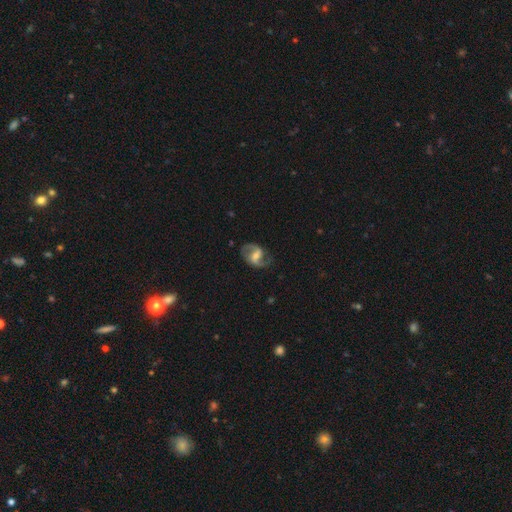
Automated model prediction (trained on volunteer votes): featured or disk 86%, smooth 9%, star or artifact 5%. Down the decision tree: edge-on disk — no (98%); bar — weak (53%); spiral arms — yes (96%); spiral arm count — 2 (92%); spiral winding — medium (49%); bulge size — moderate (46%); merging — none (78%).